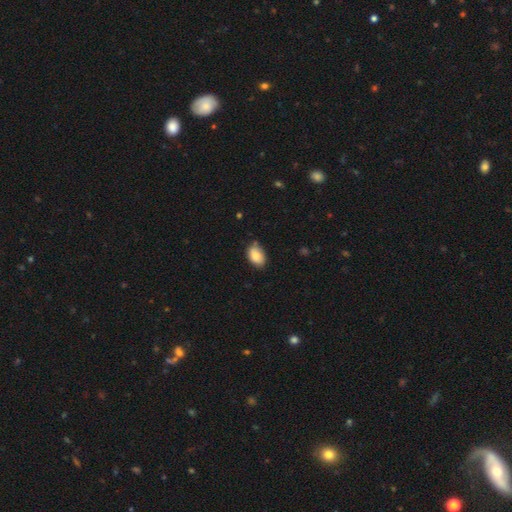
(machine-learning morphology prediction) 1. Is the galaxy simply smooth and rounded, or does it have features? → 83% smooth, 10% featured or disk, 7% star or artifact.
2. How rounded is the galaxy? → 88% in between, 11% round, 1% cigar-shaped.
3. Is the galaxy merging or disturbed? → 65% none, 27% minor disturbance, 4% major disturbance, 4% merger.